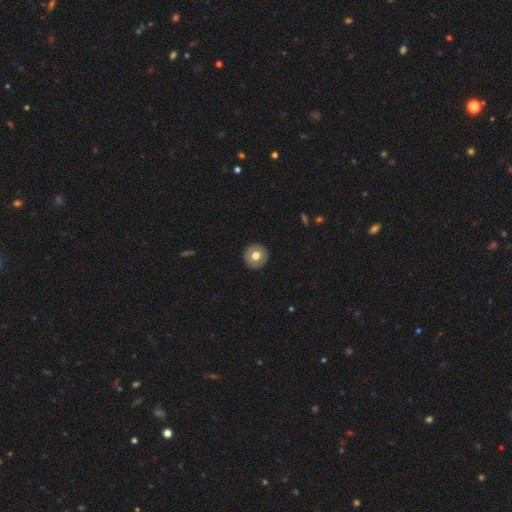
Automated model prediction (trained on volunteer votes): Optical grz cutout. It shows a smooth galaxy with no disk features (69%) that is round (96%). Merging: none (93%).